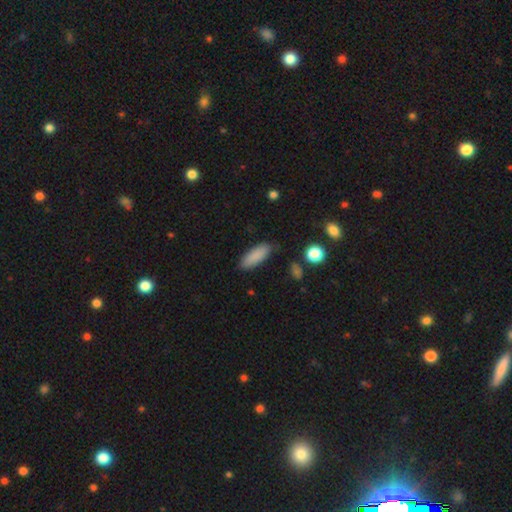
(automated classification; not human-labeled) Morphology: type=smooth (87%); roundness=in between (67%); merging=none (82%).